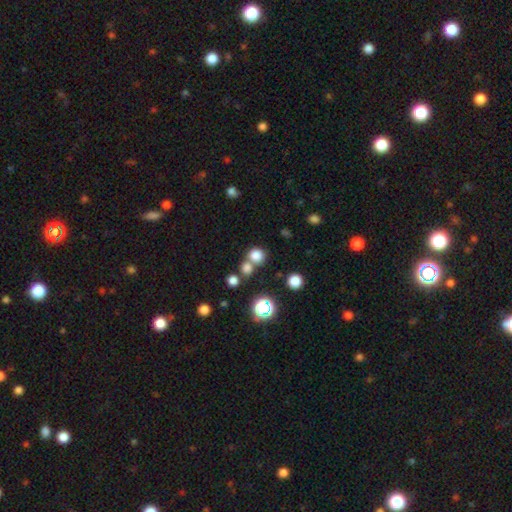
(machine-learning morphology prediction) This is likely a smooth galaxy (76%). How rounded: clearly round (86%). Merging: possibly none (56%).